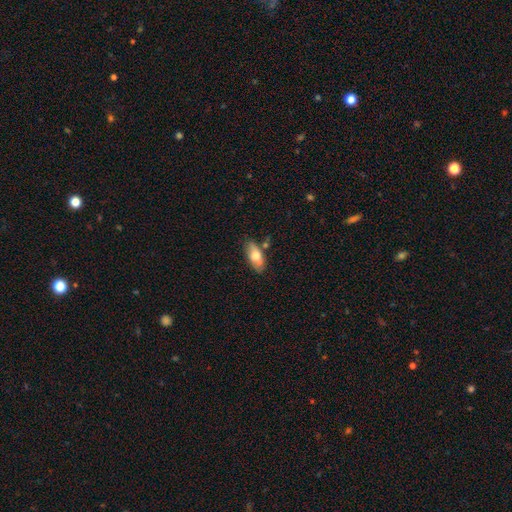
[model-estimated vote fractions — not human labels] Smooth or featured: smooth — 69% (featured or disk — 24%)
How rounded: in between — 84% (cigar-shaped — 13%)
Merging: none — 73% (minor disturbance — 18%)